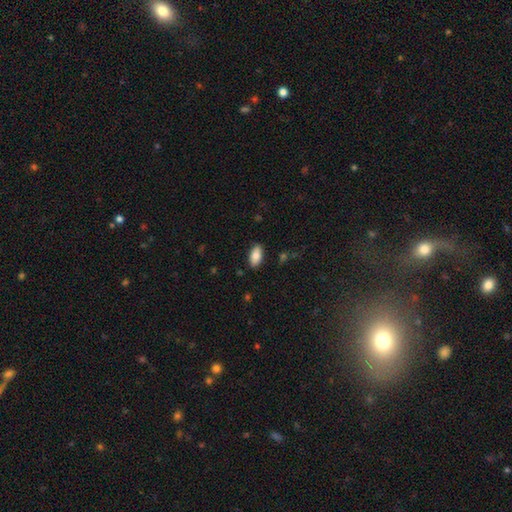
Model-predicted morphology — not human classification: This appears to be a smooth galaxy with no disk features (83%) that is in between round and cigar-shaped (92%). Merging: none (88%).